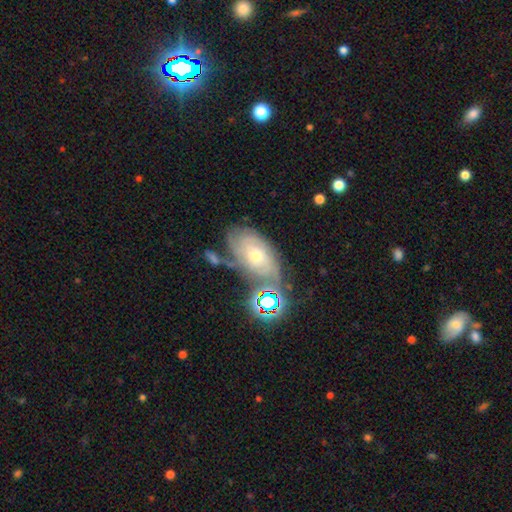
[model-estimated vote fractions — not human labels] Smooth or featured?
  - featured or disk: 63% *
  - smooth: 22%
  - star or artifact: 15%
Edge-on disk?
  - no: 94% *
  - yes: 6%
Bar?
  - no: 78% *
  - weak: 18%
  - strong: 4%
Spiral arms?
  - yes: 84% *
  - no: 16%
Bulge size?
  - moderate: 50% *
  - small: 44%
  - large: 3%
  - none: 1%
  - dominant: 1%
Merging?
  - none: 54% *
  - minor disturbance: 22%
  - merger: 12%
  - major disturbance: 12%